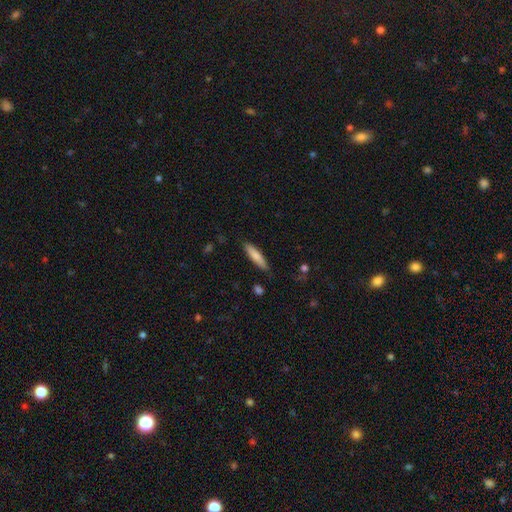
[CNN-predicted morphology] Smooth or featured?
  - smooth: 75% *
  - featured or disk: 19%
  - star or artifact: 6%
How rounded?
  - cigar-shaped: 81% *
  - in between: 18%
  - round: 1%
Merging?
  - none: 86% *
  - minor disturbance: 10%
  - major disturbance: 2%
  - merger: 1%